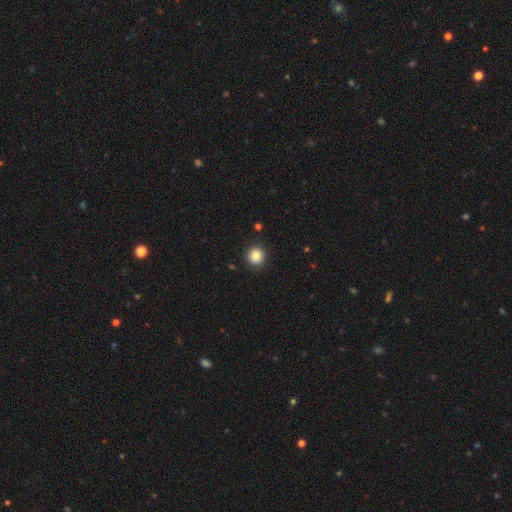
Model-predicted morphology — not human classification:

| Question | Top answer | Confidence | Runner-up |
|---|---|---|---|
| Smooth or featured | smooth | 84% | star or artifact (10%) |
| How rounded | round | 93% | in between (6%) |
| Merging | none | 90% | minor disturbance (7%) |